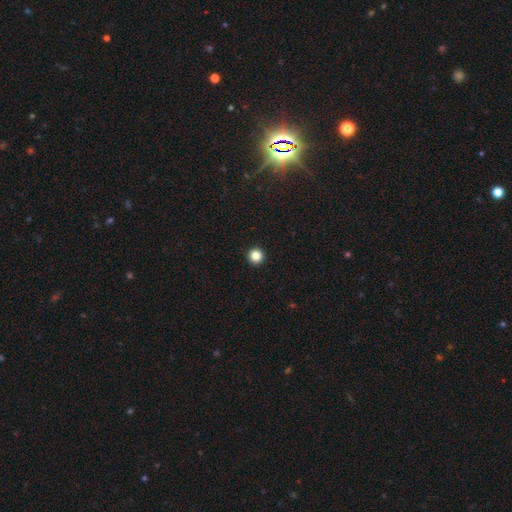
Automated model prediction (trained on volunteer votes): A smooth galaxy with no disk features (85%) that is round (96%).

Vote fractions:
- Smooth or featured? smooth: 85% / star or artifact: 11% / featured or disk: 4%
- How rounded? round: 96% / in between: 3% / cigar-shaped: 1%
- Merging? none: 94% / minor disturbance: 3% / major disturbance: 1% / merger: 1%